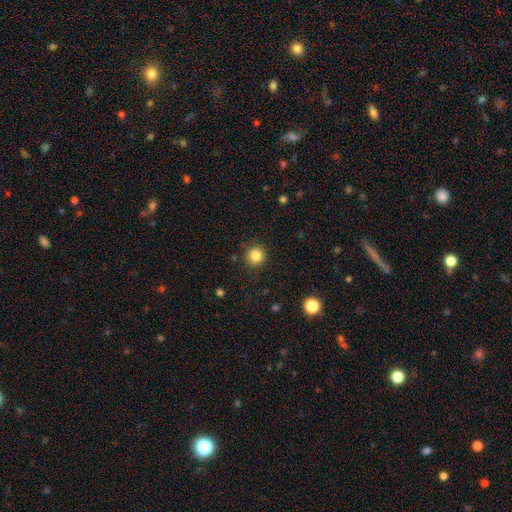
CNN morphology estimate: The model was most divided on "smooth or featured": smooth: 84%, star or artifact: 11%, featured or disk: 5%. More confident: how rounded — round (93%); merging — none (89%).